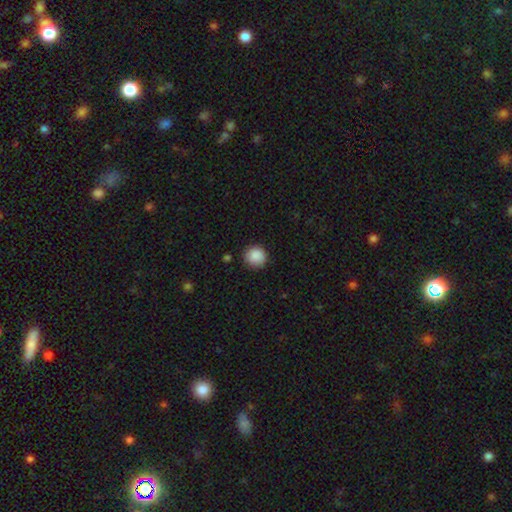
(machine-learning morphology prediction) This appears to be a smooth galaxy with no disk features (89%) that is round (93%). Merging: none (88%).